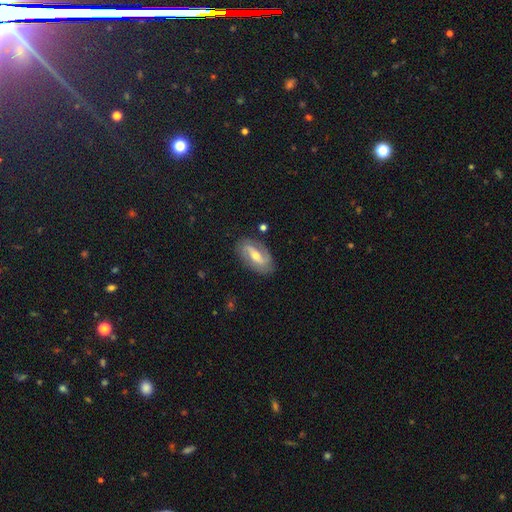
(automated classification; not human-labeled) Smooth or featured? Predicted: featured or disk (p=0.76). Edge-on disk? Predicted: no (p=0.93). Bar? Predicted: weak (p=0.40). Spiral arms? Predicted: yes (p=0.89). Spiral winding? Predicted: medium (p=0.39). Spiral arm count? Predicted: 2 (p=0.86). Bulge size? Predicted: moderate (p=0.60). Merging? Predicted: none (p=0.82).